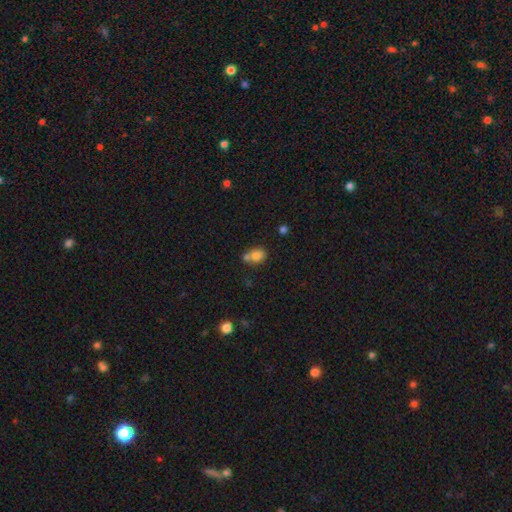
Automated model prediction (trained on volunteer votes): Overall: smooth (78%). How rounded: in between (57%; round 42%). Merging: none (41%; merger 39%).